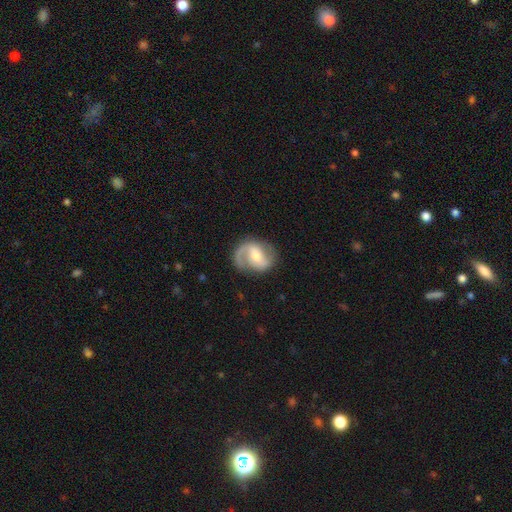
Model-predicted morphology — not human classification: A featured or disk galaxy (84%) with a weak bar (48%), 2 (82%) medium (51%) spiral arms (95%) and a moderate central bulge (60%).

Vote fractions:
- Smooth or featured? featured or disk: 84% / smooth: 11% / star or artifact: 5%
- Edge-on disk? no: 98% / yes: 2%
- Bar? weak: 48% / no: 28% / strong: 23%
- Spiral arms? yes: 95% / no: 5%
- Spiral winding? medium: 51% / loose: 30% / tight: 18%
- Spiral arm count? 2: 82% / 1: 11% / can't tell: 3% / 3: 1% / 4: 1% / more than 4: 1%
- Bulge size? moderate: 60% / small: 33% / large: 5% / none: 1% / dominant: 1%
- Merging? none: 78% / minor disturbance: 14% / major disturbance: 7% / merger: 1%